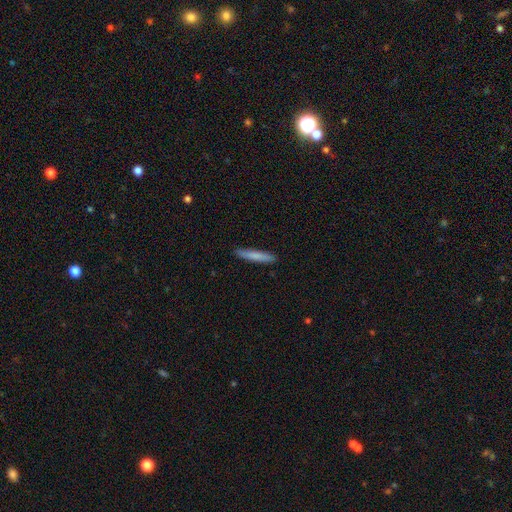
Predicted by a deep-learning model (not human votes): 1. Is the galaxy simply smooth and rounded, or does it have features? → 79% smooth, 16% featured or disk, 5% star or artifact.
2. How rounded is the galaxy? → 93% cigar-shaped, 6% in between, 1% round.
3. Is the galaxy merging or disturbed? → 89% none, 8% minor disturbance, 2% major disturbance, 1% merger.